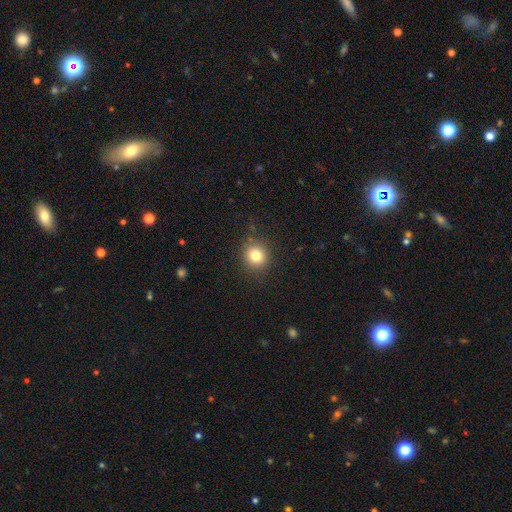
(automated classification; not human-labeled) Q: Smooth or featured?
A: smooth (80%); runner-up: star or artifact (12%)
Q: How rounded?
A: round (85%); runner-up: in between (14%)
Q: Merging?
A: none (87%); runner-up: minor disturbance (8%)